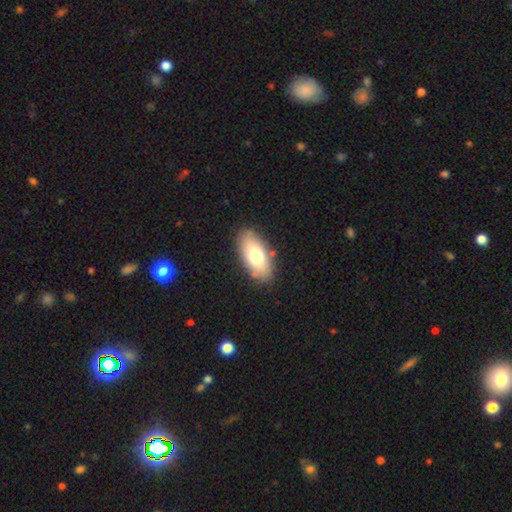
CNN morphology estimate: smooth 72%, featured or disk 21%, star or artifact 7%. Down the decision tree: how rounded — in between (90%); merging — none (84%).